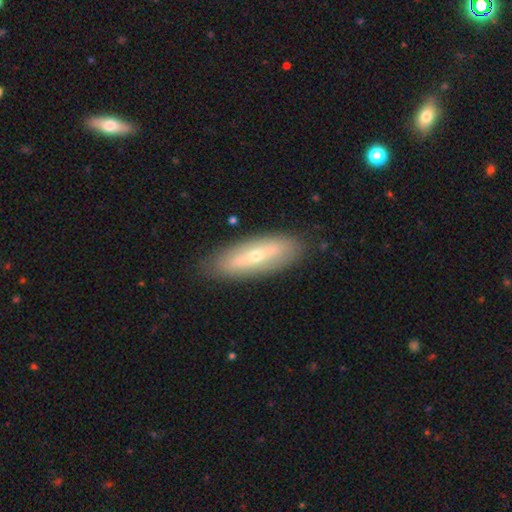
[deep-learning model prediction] Smooth or featured? featured or disk (54%)
Edge-on disk? no (61%)
Merging? none (86%)